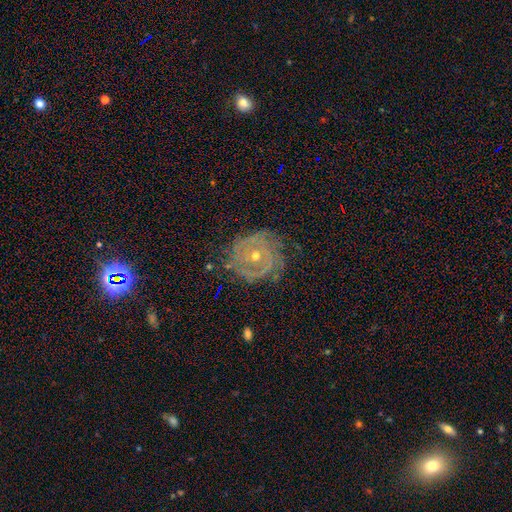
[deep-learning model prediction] Overall: featured or disk (83%). Edge-on disk: no (97%). Bar: no (76%). Spiral arms: yes (90%). Spiral arm count: can't tell (33%; 2 25%). Spiral winding: tight (72%). Bulge size: moderate (49%; small 48%). Merging: none (70%).